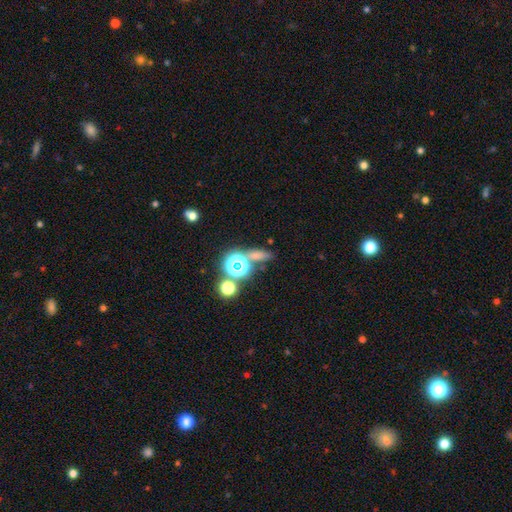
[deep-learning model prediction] Smooth or featured? Predicted: smooth (p=0.52). How rounded? Predicted: in between (p=0.38). Merging? Predicted: none (p=0.65).